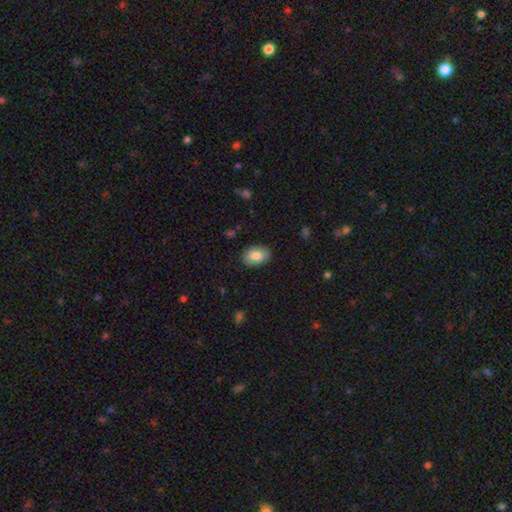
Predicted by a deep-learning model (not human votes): Q: Smooth or featured?
A: smooth (81%); runner-up: featured or disk (12%)
Q: How rounded?
A: in between (86%); runner-up: round (13%)
Q: Merging?
A: none (85%); runner-up: minor disturbance (12%)